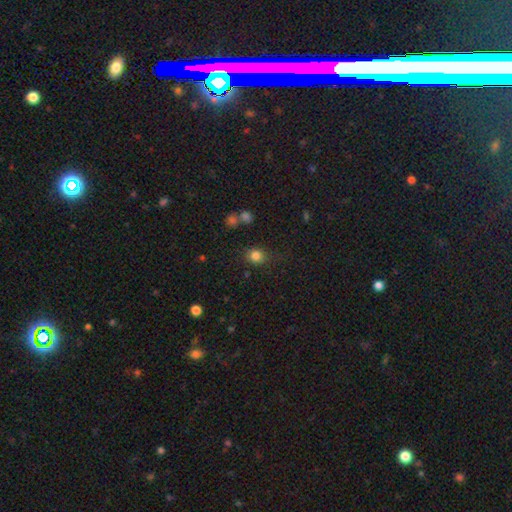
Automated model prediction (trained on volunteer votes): Q: Smooth or featured?
A: smooth (82%); runner-up: star or artifact (13%)
Q: How rounded?
A: round (74%); runner-up: in between (25%)
Q: Merging?
A: none (78%); runner-up: minor disturbance (14%)